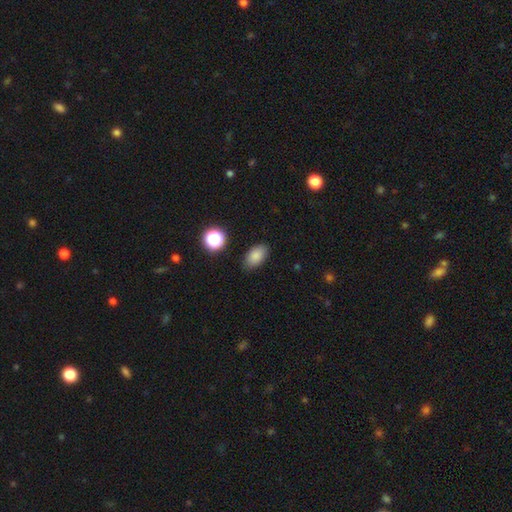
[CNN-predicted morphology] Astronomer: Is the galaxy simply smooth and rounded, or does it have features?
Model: smooth — 84%.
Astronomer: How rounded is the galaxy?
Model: in between — 91%.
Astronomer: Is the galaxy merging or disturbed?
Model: none — 85%.